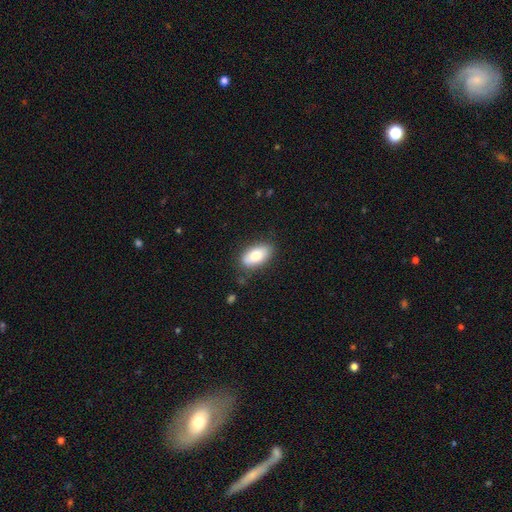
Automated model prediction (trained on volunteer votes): This appears to be a smooth galaxy with no disk features (79%) that is in between round and cigar-shaped (93%). Merging: none (83%).